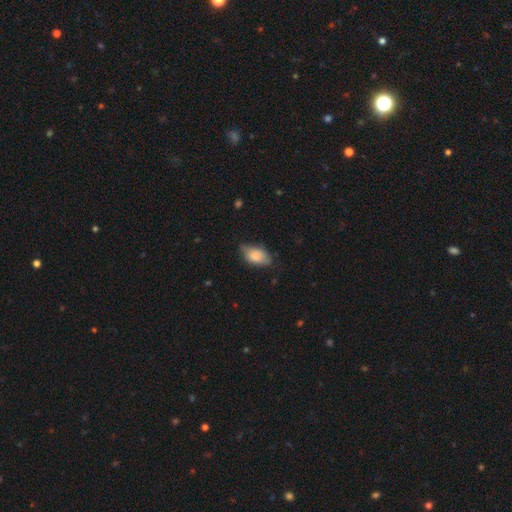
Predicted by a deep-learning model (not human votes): Q: Smooth or featured?
A: smooth (79%); runner-up: featured or disk (14%)
Q: How rounded?
A: in between (91%); runner-up: round (5%)
Q: Merging?
A: none (56%); runner-up: minor disturbance (35%)